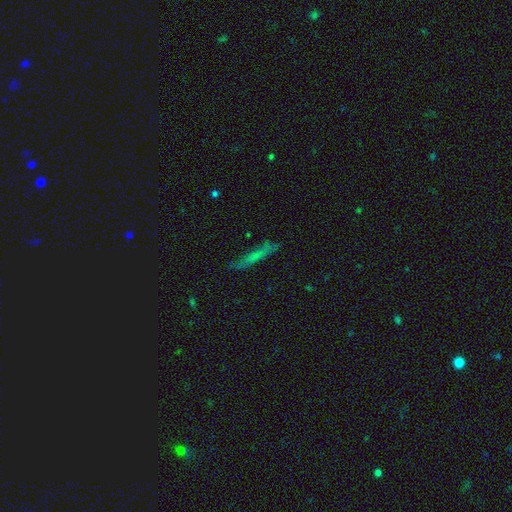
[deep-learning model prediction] Smooth or featured? Predicted: smooth (p=0.51). How rounded? Predicted: cigar-shaped (p=0.91). Merging? Predicted: none (p=0.79).